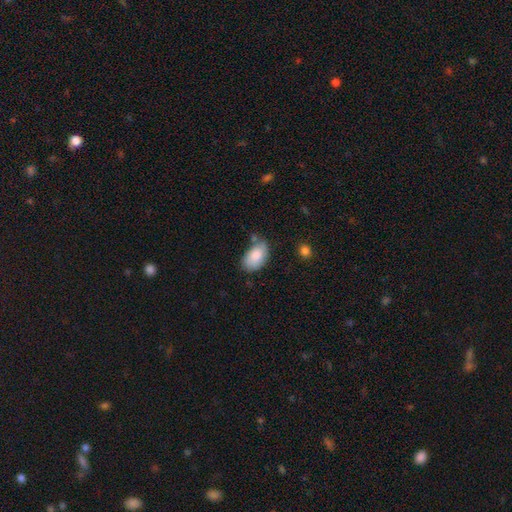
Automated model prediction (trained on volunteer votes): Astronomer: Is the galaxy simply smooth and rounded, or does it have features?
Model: smooth — 85%.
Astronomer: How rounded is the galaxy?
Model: in between — 93%.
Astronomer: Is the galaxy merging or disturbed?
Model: none — 61%.